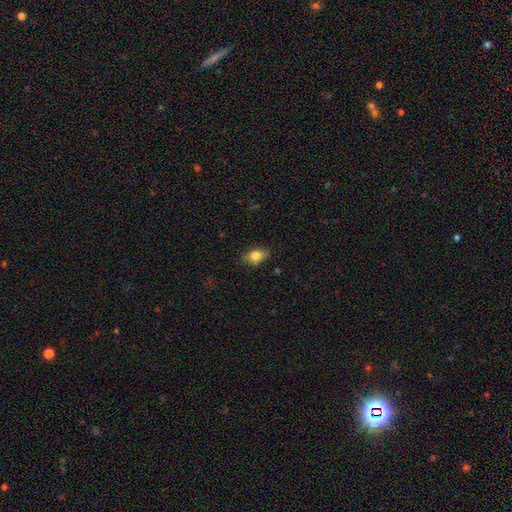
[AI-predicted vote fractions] A smooth galaxy with no disk features (78%) that is in between round and cigar-shaped (77%).

Vote fractions:
- Smooth or featured? smooth: 78% / featured or disk: 13% / star or artifact: 9%
- How rounded? in between: 77% / round: 20% / cigar-shaped: 4%
- Merging? none: 78% / minor disturbance: 18% / major disturbance: 3% / merger: 1%